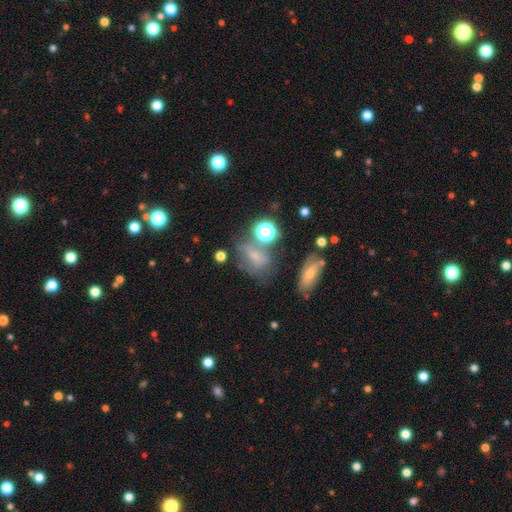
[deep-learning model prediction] Smooth or featured?
  - smooth: 46% *
  - featured or disk: 28%
  - star or artifact: 25%
Merging?
  - none: 44% *
  - minor disturbance: 22%
  - major disturbance: 19%
  - merger: 15%